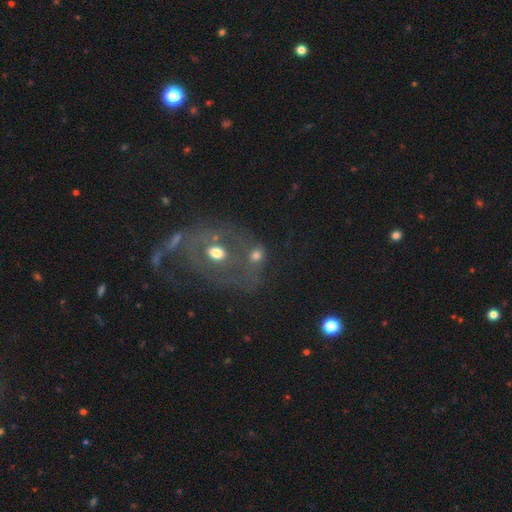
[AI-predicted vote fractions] Overall: featured or disk (41%; smooth 40%). Merging: none (39%; merger 32%).